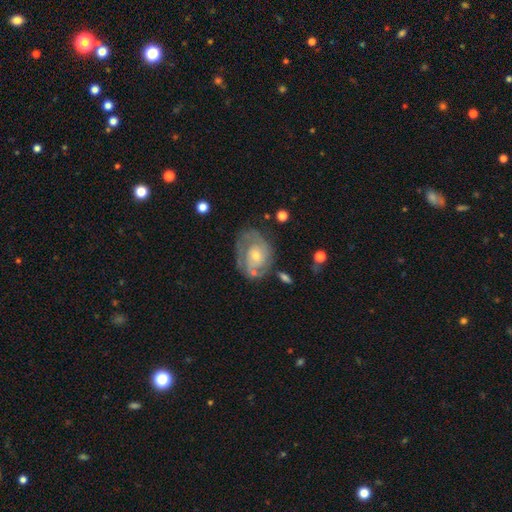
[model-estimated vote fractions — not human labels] Smooth or featured? Predicted: featured or disk (p=0.77). Edge-on disk? Predicted: no (p=0.97). Bar? Predicted: no (p=0.72). Spiral arms? Predicted: yes (p=0.85). Spiral winding? Predicted: tight (p=0.56). Spiral arm count? Predicted: 2 (p=0.48). Bulge size? Predicted: small (p=0.52). Merging? Predicted: none (p=0.63).